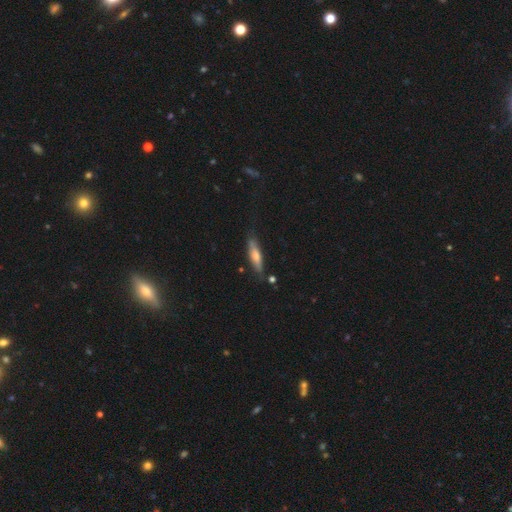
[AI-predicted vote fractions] The model was most divided on "smooth or featured": smooth: 49%, featured or disk: 44%, star or artifact: 8%. More confident: merging — none (75%).